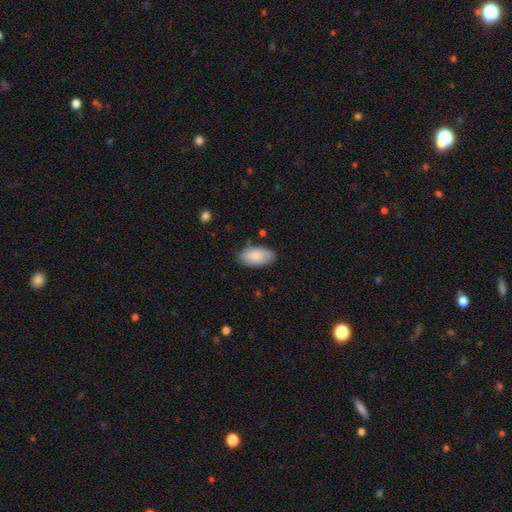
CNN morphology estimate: Smooth or featured? smooth (84%)
How rounded? in between (95%)
Merging? none (80%)